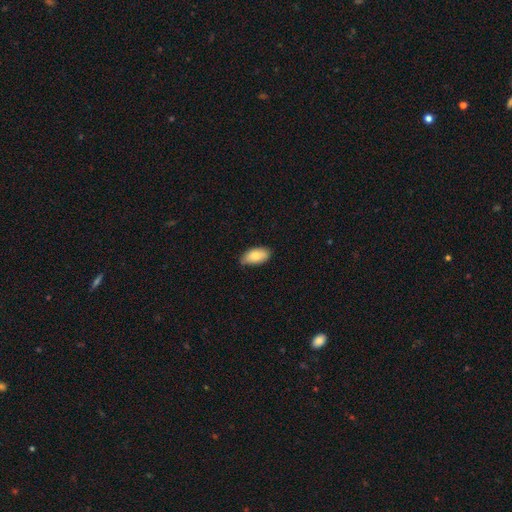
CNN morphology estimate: Overall: smooth (82%). How rounded: in between (93%). Merging: none (74%).